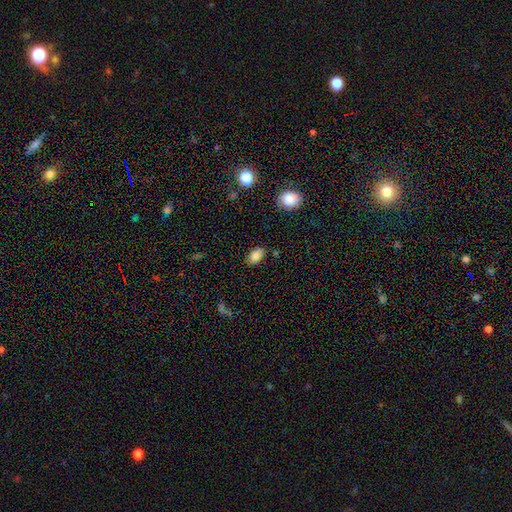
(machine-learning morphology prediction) The model was most divided on "merging": none: 83%, minor disturbance: 12%, major disturbance: 3%, merger: 2%. More confident: how rounded — in between (91%); smooth or featured — smooth (85%).